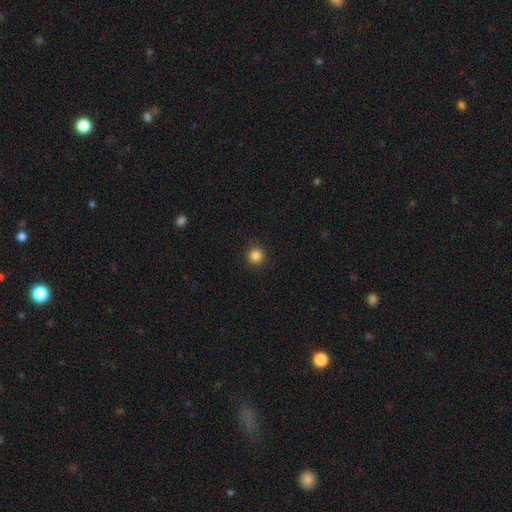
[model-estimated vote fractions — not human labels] The model was most divided on "smooth or featured": smooth: 85%, star or artifact: 12%, featured or disk: 4%. More confident: how rounded — round (95%); merging — none (92%).